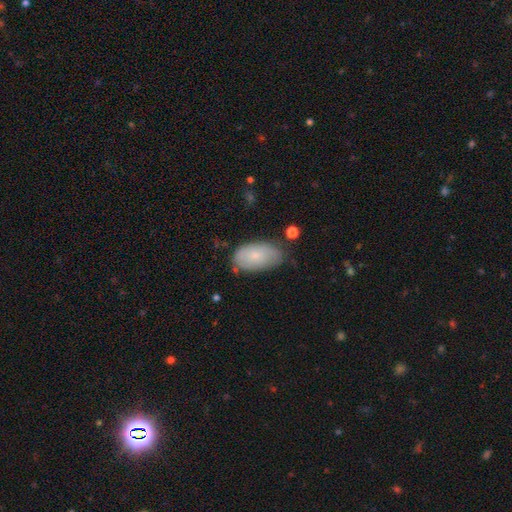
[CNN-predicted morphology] A smooth galaxy with no disk features (71%) that is in between round and cigar-shaped (94%).

Vote fractions:
- Smooth or featured? smooth: 71% / featured or disk: 23% / star or artifact: 7%
- How rounded? in between: 94% / round: 4% / cigar-shaped: 2%
- Merging? none: 64% / minor disturbance: 27% / major disturbance: 6% / merger: 3%